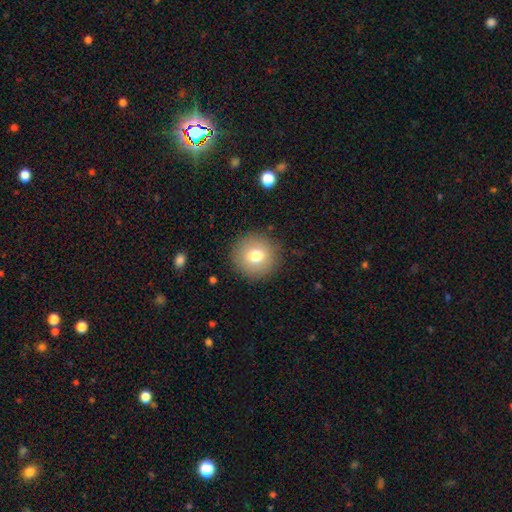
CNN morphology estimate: The model was most divided on "smooth or featured": smooth: 76%, featured or disk: 15%, star or artifact: 10%. More confident: how rounded — round (94%); merging — none (89%).